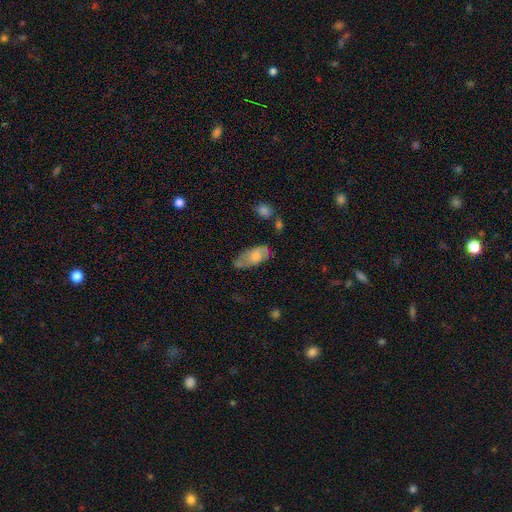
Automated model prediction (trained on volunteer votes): This is possibly a smooth galaxy (53%). How rounded: clearly in between (86%). Merging: likely none (66%).